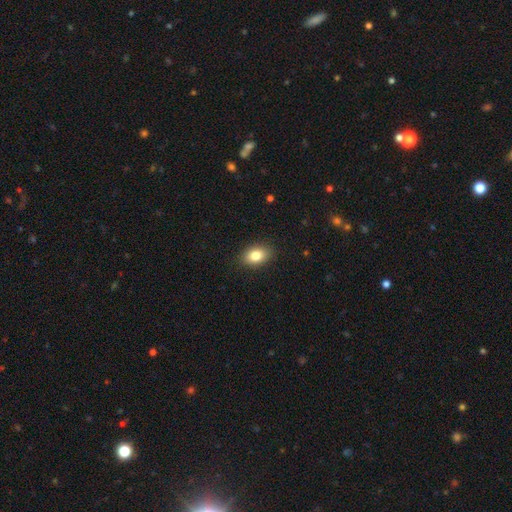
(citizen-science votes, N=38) Morphology: type=smooth (95%); roundness=in between (81%); merging=none (89%).